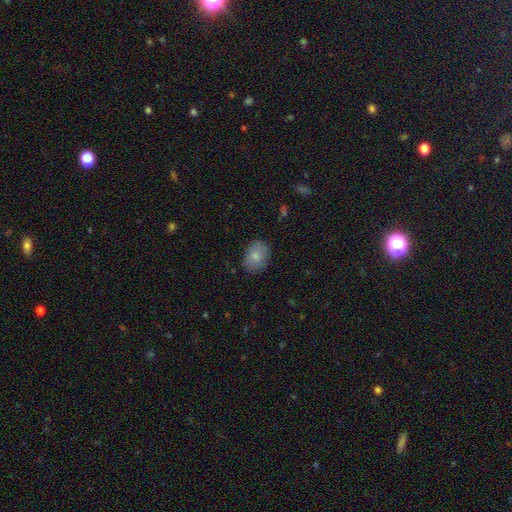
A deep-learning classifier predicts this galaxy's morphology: smooth_or_featured: smooth (p=0.81) [alt: featured or disk p=0.11]
how_rounded: in between (p=0.69) [alt: round p=0.30]
merging: none (p=0.81) [alt: minor disturbance p=0.15]